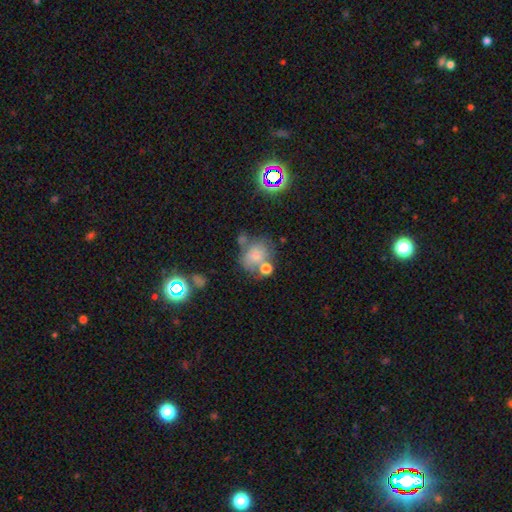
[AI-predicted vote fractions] Smooth or featured? smooth (67%)
How rounded? round (63%)
Merging? none (40%)